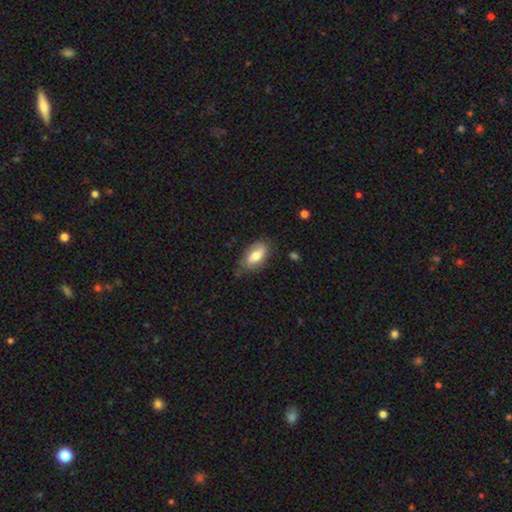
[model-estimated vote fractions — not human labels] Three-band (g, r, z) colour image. It shows a smooth galaxy with no disk features (63%) that is in between round and cigar-shaped (90%). Merging: none (63%).